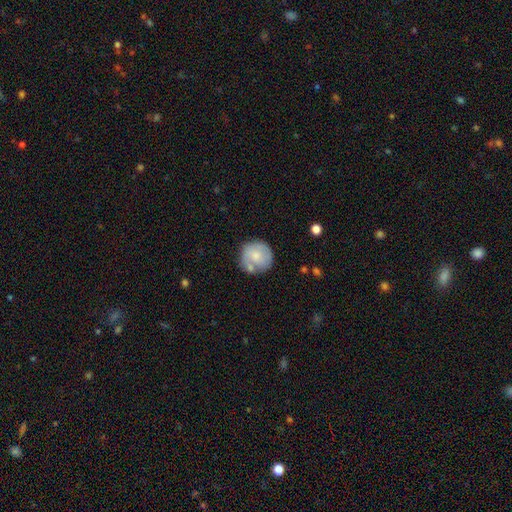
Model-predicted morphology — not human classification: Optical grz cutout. It shows a smooth galaxy with no disk features (60%) that is round (91%). Merging: none (62%).